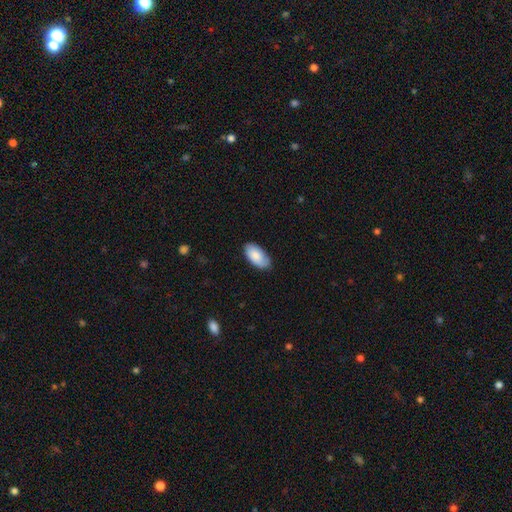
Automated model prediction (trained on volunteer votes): This appears to be a smooth galaxy with no disk features (78%) that is in between round and cigar-shaped (95%). Merging: none (76%).